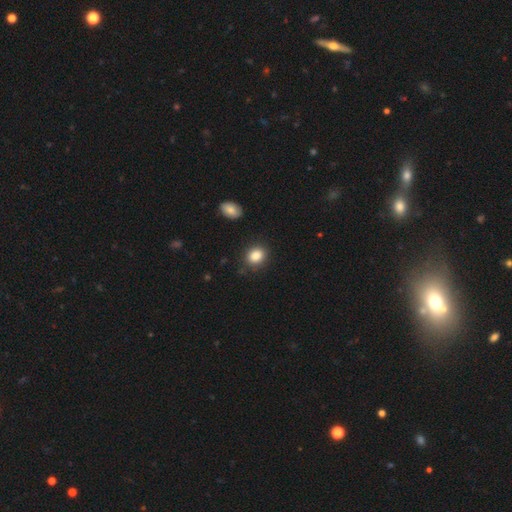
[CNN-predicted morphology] A smooth galaxy with no disk features (87%) that is round (54%).

Vote fractions:
- Smooth or featured? smooth: 87% / star or artifact: 9% / featured or disk: 5%
- How rounded? round: 54% / in between: 45% / cigar-shaped: 1%
- Merging? none: 85% / minor disturbance: 10% / major disturbance: 3% / merger: 2%